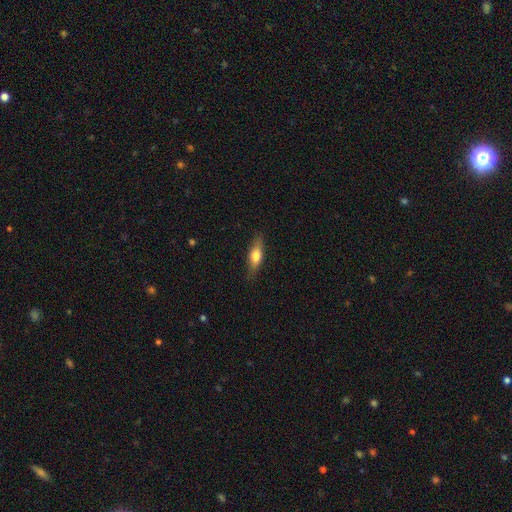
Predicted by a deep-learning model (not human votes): Smooth or featured? Predicted: smooth (p=0.62). How rounded? Predicted: in between (p=0.53). Merging? Predicted: none (p=0.84).